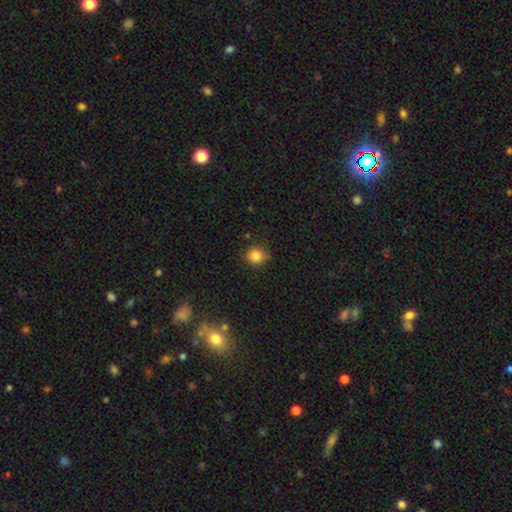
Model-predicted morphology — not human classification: Smooth or featured: smooth — 84% (star or artifact — 11%)
How rounded: round — 88% (in between — 11%)
Merging: none — 85% (minor disturbance — 11%)